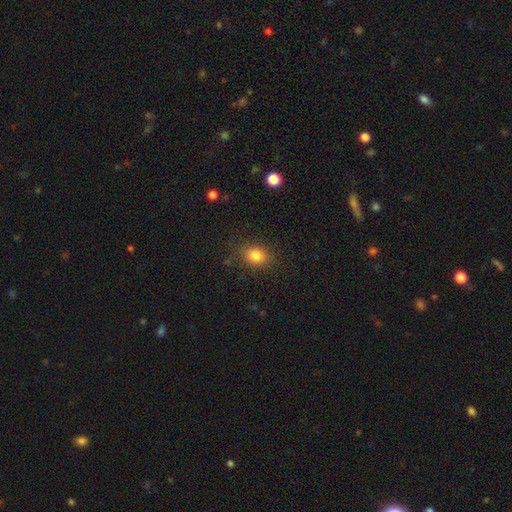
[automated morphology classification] The model was most divided on "how rounded": in between: 50%, round: 49%, cigar-shaped: 1%. More confident: merging — none (84%); smooth or featured — smooth (82%).